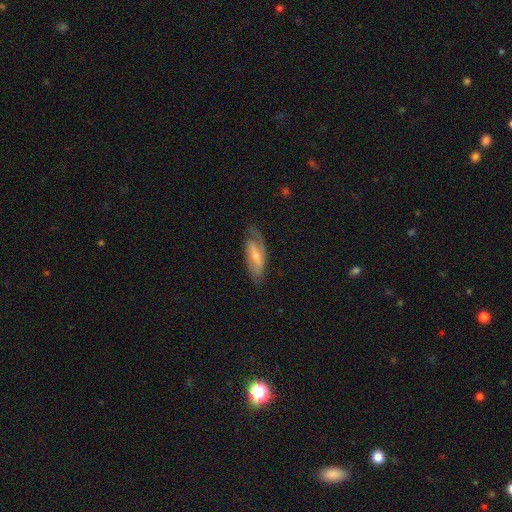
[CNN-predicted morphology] This appears to be a featured or disk galaxy (61%) with a weak bar (40%), spiral arms (81%) and a small central bulge (54%). Merging: none (70%).